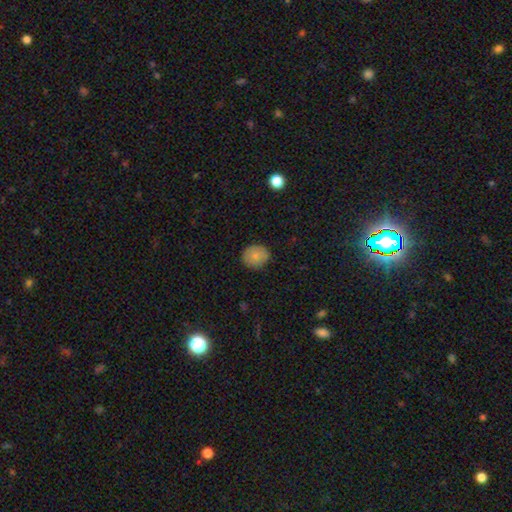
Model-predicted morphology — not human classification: Smooth or featured?
  - smooth: 81% *
  - featured or disk: 11%
  - star or artifact: 8%
How rounded?
  - round: 78% *
  - in between: 21%
  - cigar-shaped: 1%
Merging?
  - none: 85% *
  - minor disturbance: 11%
  - major disturbance: 2%
  - merger: 1%